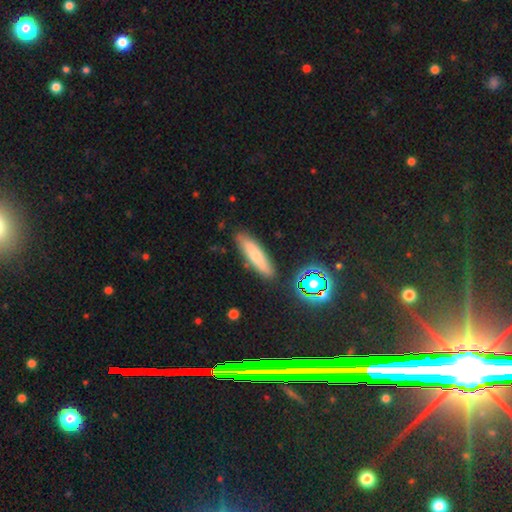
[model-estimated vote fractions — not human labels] The model was most divided on "smooth or featured": smooth: 60%, featured or disk: 29%, star or artifact: 11%. More confident: merging — none (84%); how rounded — cigar-shaped (72%).